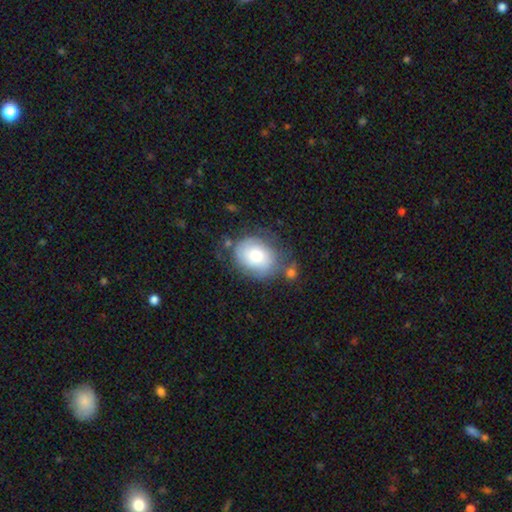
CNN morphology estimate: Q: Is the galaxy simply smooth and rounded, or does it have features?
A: smooth — 70%.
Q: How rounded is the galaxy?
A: in between — 53%.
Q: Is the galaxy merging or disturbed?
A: none — 58%.